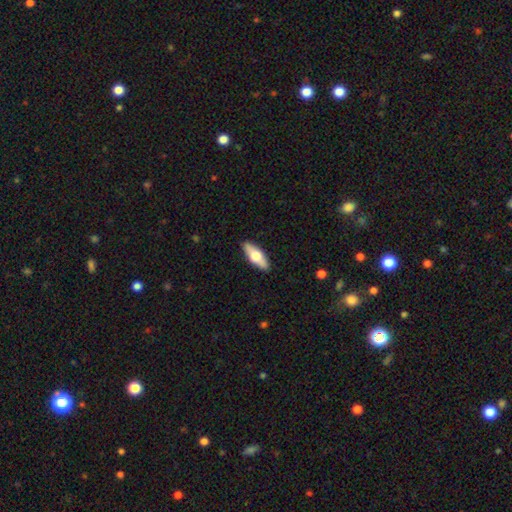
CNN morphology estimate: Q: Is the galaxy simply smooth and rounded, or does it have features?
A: smooth — 56%.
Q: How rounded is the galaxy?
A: in between — 66%.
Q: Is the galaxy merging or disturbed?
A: none — 90%.